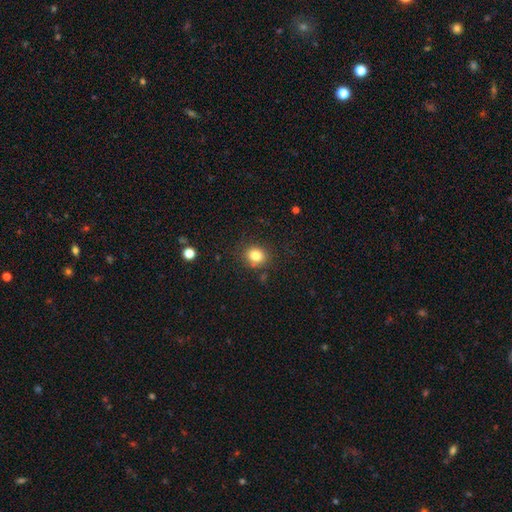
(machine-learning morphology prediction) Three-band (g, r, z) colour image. It shows a smooth galaxy with no disk features (82%) that is round (75%). Merging: none (83%).